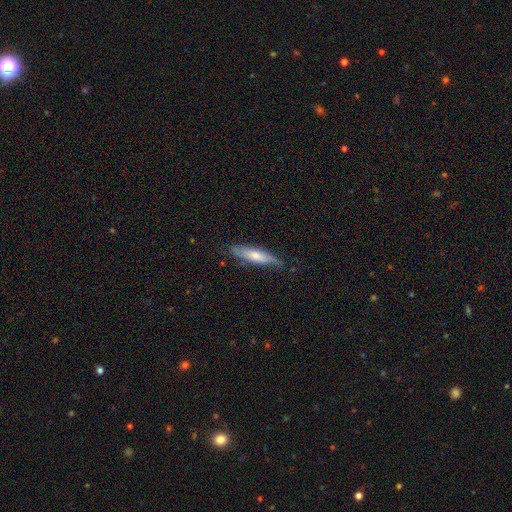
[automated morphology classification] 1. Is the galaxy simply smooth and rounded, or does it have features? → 59% smooth, 36% featured or disk, 6% star or artifact.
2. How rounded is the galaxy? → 73% cigar-shaped, 25% in between, 2% round.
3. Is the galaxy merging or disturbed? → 70% none, 23% minor disturbance, 5% major disturbance, 2% merger.